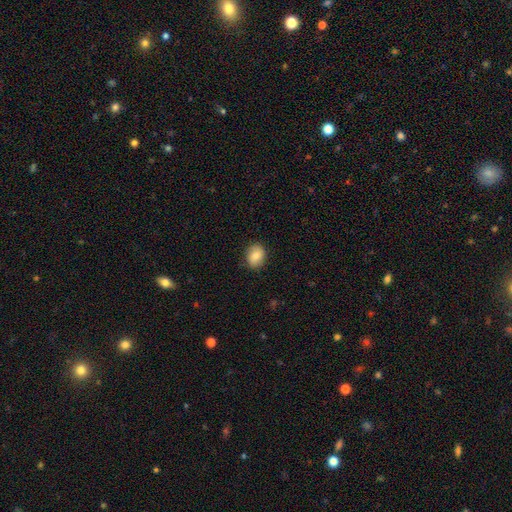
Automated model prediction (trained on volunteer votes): Smooth or featured: smooth — 82% (featured or disk — 10%)
How rounded: in between — 60% (round — 39%)
Merging: none — 86% (minor disturbance — 11%)